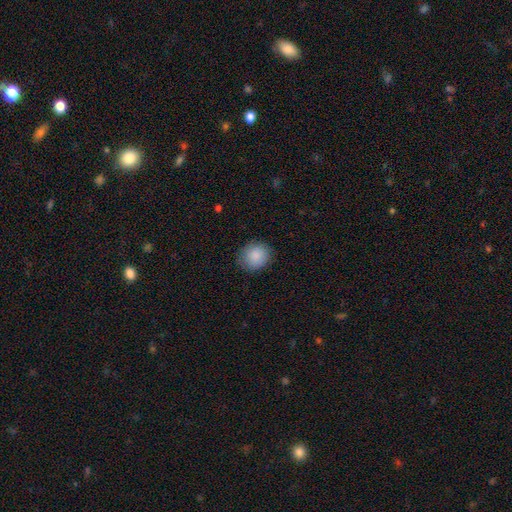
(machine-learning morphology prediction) Overall: smooth (88%). How rounded: round (81%). Merging: none (86%).